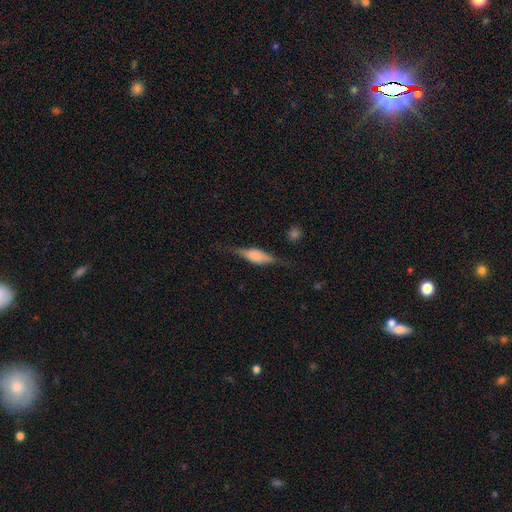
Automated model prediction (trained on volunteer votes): Smooth or featured? featured or disk (55%)
Edge-on disk? yes (95%)
Edge-on bulge? rounded (62%)
Merging? none (72%)